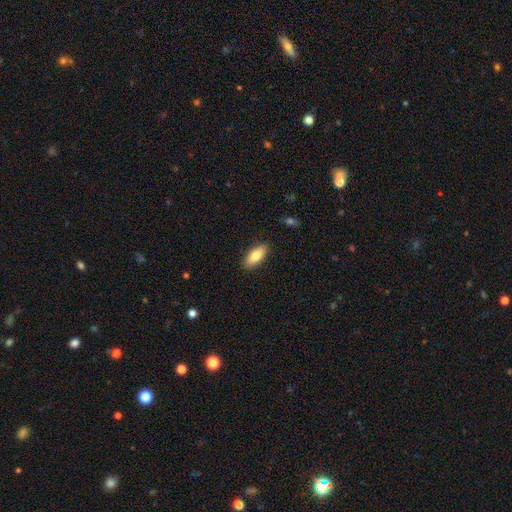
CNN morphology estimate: type=smooth (81%); roundness=in between (81%); merging=none (88%).